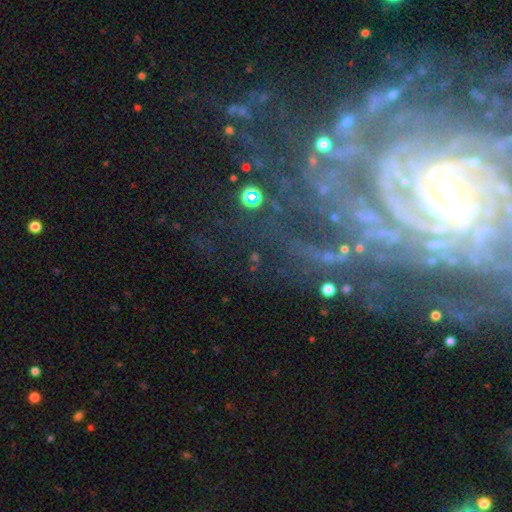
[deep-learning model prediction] Smooth or featured? featured or disk (85%)
Edge-on disk? no (96%)
Bar? strong (39%)
Spiral arms? yes (93%)
Spiral winding? tight (71%)
Spiral arm count? can't tell (32%)
Bulge size? small (53%)
Merging? none (63%)